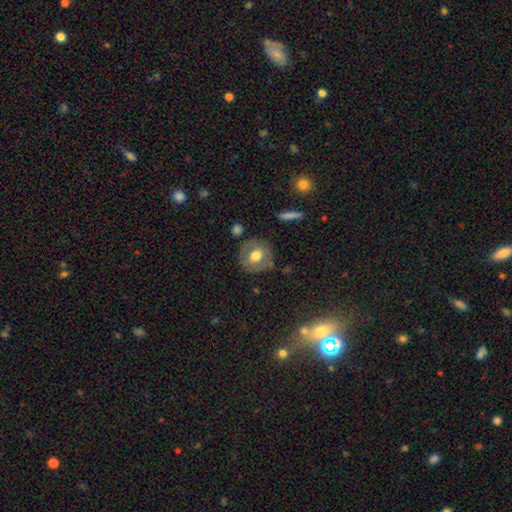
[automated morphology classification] Smooth or featured? smooth (56%)
How rounded? round (83%)
Merging? none (79%)